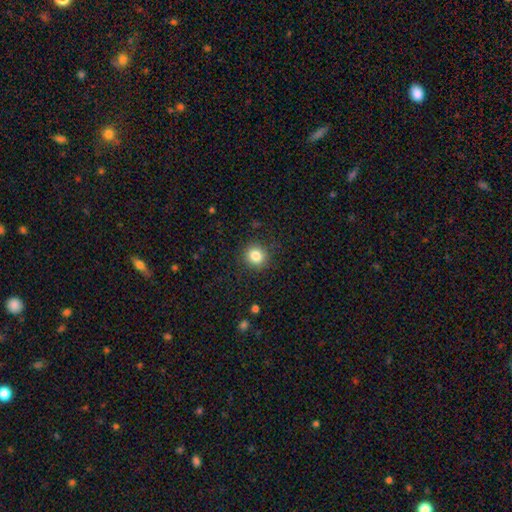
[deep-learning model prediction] This is clearly a smooth galaxy (84%). How rounded: clearly round (90%). Merging: clearly none (89%).